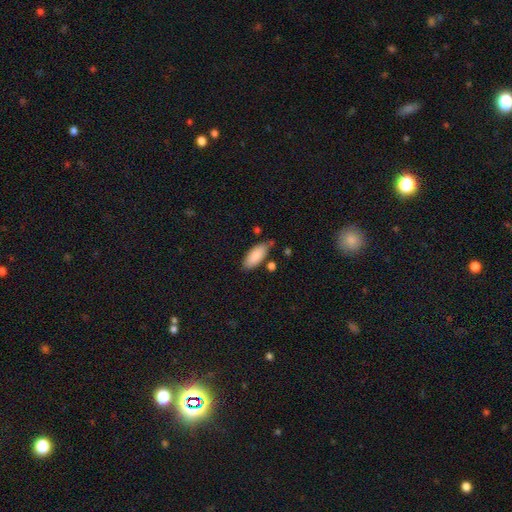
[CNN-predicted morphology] Smooth or featured? smooth (87%)
How rounded? in between (83%)
Merging? none (71%)